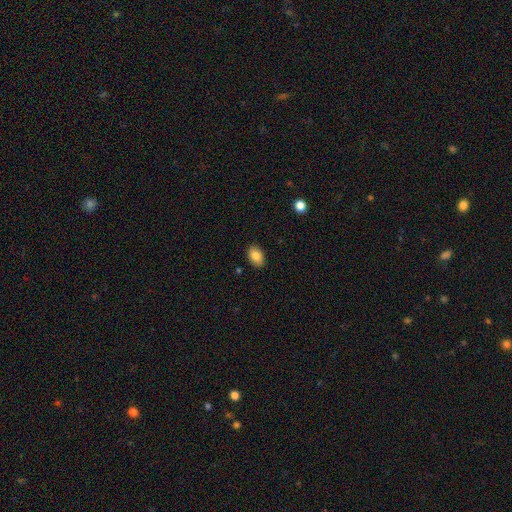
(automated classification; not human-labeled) Q: Smooth or featured?
A: smooth (86%); runner-up: star or artifact (8%)
Q: How rounded?
A: in between (85%); runner-up: round (14%)
Q: Merging?
A: none (88%); runner-up: minor disturbance (9%)